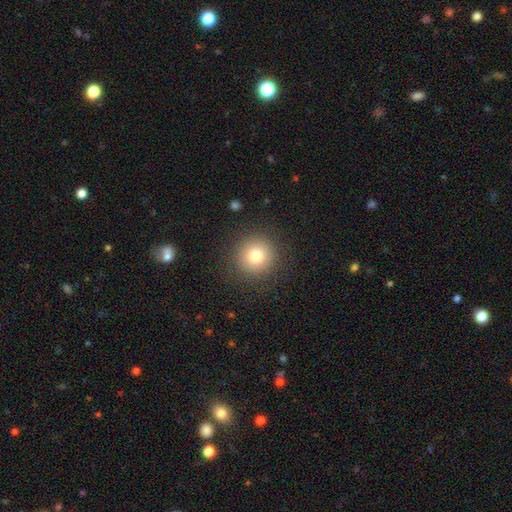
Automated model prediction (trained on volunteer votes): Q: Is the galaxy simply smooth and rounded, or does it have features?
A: smooth — 80%.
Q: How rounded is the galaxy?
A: round — 94%.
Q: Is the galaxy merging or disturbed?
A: none — 89%.